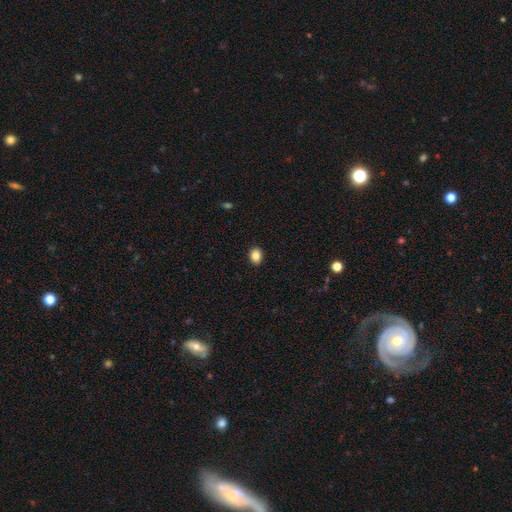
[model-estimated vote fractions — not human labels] Smooth or featured?
  - smooth: 86% *
  - star or artifact: 10%
  - featured or disk: 5%
How rounded?
  - in between: 52% *
  - round: 47%
  - cigar-shaped: 1%
Merging?
  - none: 90% *
  - minor disturbance: 7%
  - major disturbance: 2%
  - merger: 1%